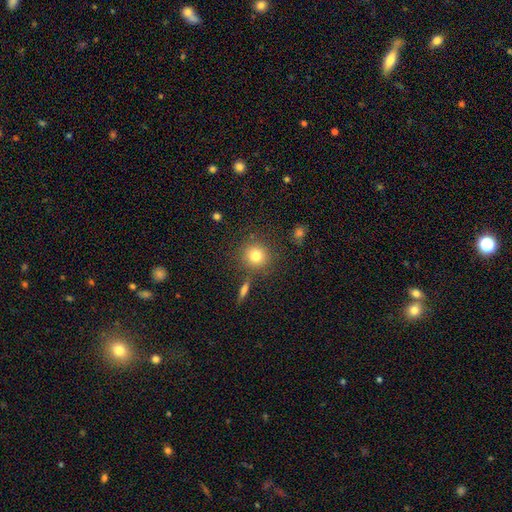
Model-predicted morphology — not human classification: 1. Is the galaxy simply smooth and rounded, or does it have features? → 80% smooth, 11% star or artifact, 8% featured or disk.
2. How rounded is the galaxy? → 91% round, 8% in between, 1% cigar-shaped.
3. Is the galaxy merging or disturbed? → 82% none, 9% minor disturbance, 6% merger, 3% major disturbance.